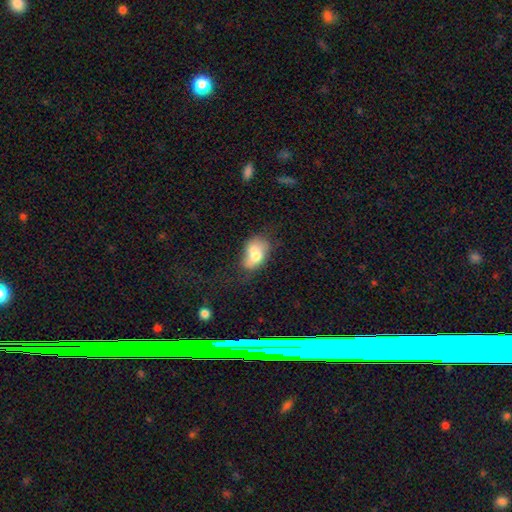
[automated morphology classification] smooth_or_featured: smooth (p=0.67) [alt: featured or disk p=0.24]
how_rounded: in between (p=0.83) [alt: round p=0.15]
merging: none (p=0.32) [alt: minor disturbance p=0.28]